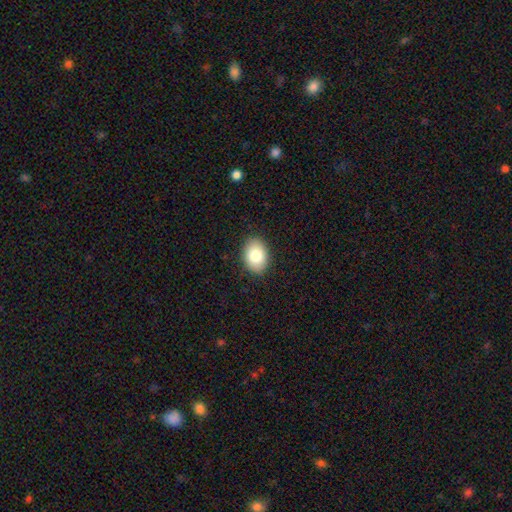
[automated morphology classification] This is clearly a smooth galaxy (81%). How rounded: likely in between (76%). Merging: clearly none (89%).